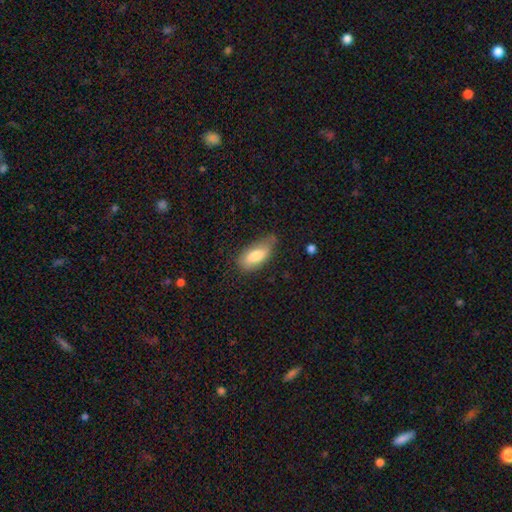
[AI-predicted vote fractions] Smooth or featured?
  - smooth: 81% *
  - featured or disk: 13%
  - star or artifact: 6%
How rounded?
  - in between: 86% *
  - cigar-shaped: 12%
  - round: 2%
Merging?
  - none: 59% *
  - minor disturbance: 32%
  - major disturbance: 7%
  - merger: 2%